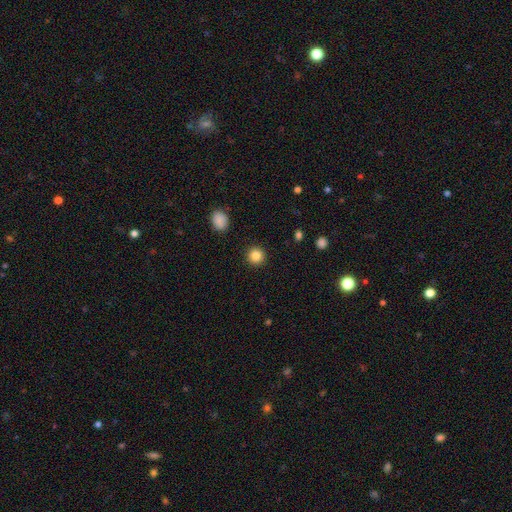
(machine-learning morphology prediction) This is clearly a smooth galaxy (85%). How rounded: clearly round (94%). Merging: clearly none (93%).